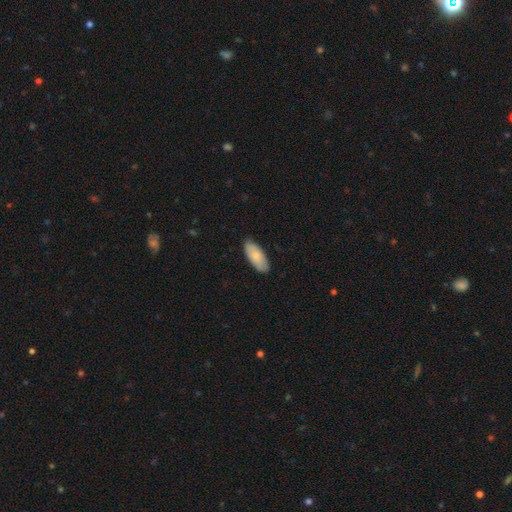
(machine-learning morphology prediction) Q: Smooth or featured?
A: smooth (79%); runner-up: featured or disk (16%)
Q: How rounded?
A: in between (87%); runner-up: cigar-shaped (11%)
Q: Merging?
A: none (86%); runner-up: minor disturbance (11%)